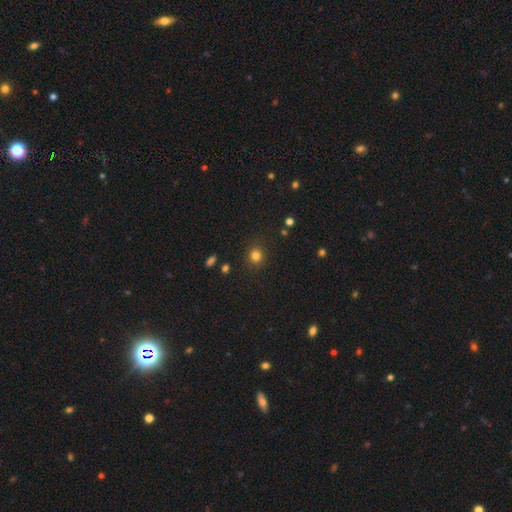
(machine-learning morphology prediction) The model was most divided on "smooth or featured": smooth: 81%, star or artifact: 14%, featured or disk: 5%. More confident: merging — none (88%); how rounded — round (85%).